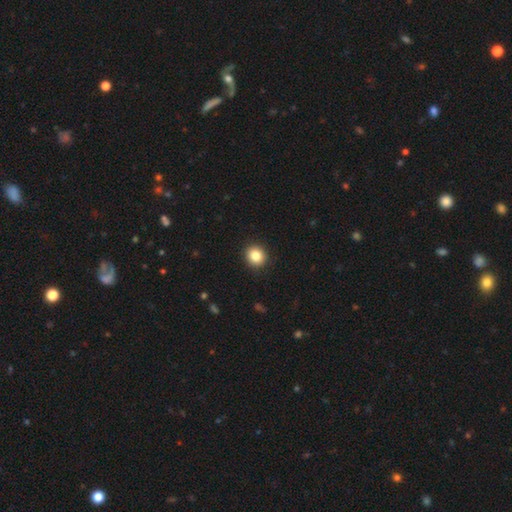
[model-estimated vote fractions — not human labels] This appears to be a smooth galaxy with no disk features (84%) that is round (85%). Merging: none (92%).